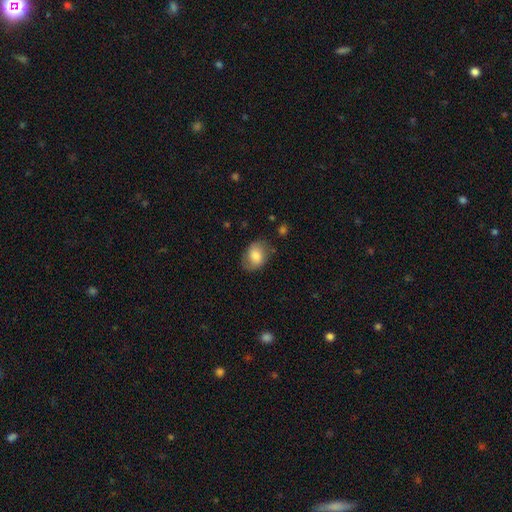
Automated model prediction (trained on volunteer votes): smooth-or-featured: smooth: 69% | featured or disk: 23% | star or artifact: 8%
  how-rounded: in between: 68% | round: 31% | cigar-shaped: 1%
  merging: none: 68% | minor disturbance: 22% | major disturbance: 8% | merger: 2%